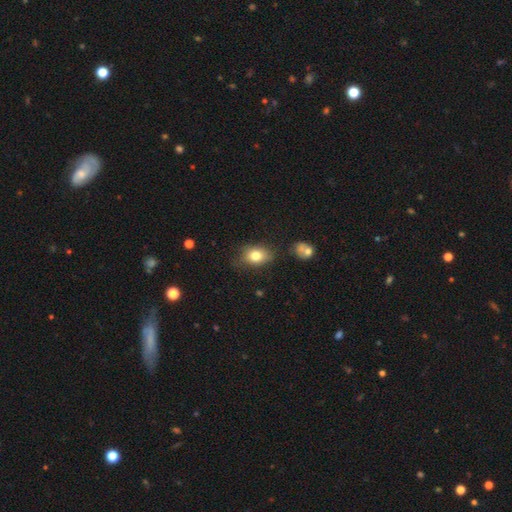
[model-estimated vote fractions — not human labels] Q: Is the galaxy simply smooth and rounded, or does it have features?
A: smooth — 80%.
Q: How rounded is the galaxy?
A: in between — 72%.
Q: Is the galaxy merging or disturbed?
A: none — 70%.